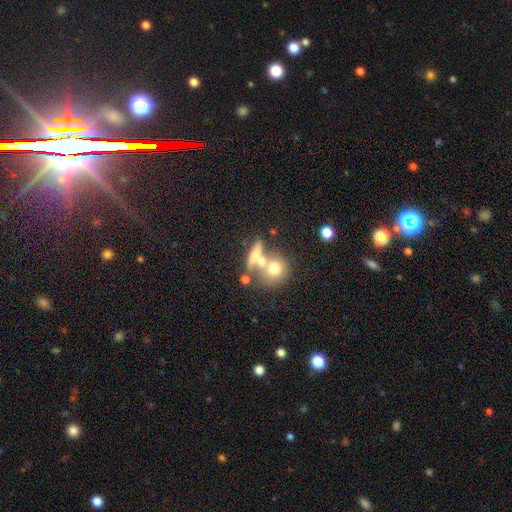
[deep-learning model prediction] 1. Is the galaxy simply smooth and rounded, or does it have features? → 53% smooth, 34% featured or disk, 13% star or artifact.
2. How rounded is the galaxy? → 49% round, 33% in between, 19% cigar-shaped.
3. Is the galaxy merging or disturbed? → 47% merger, 35% none, 10% minor disturbance, 8% major disturbance.